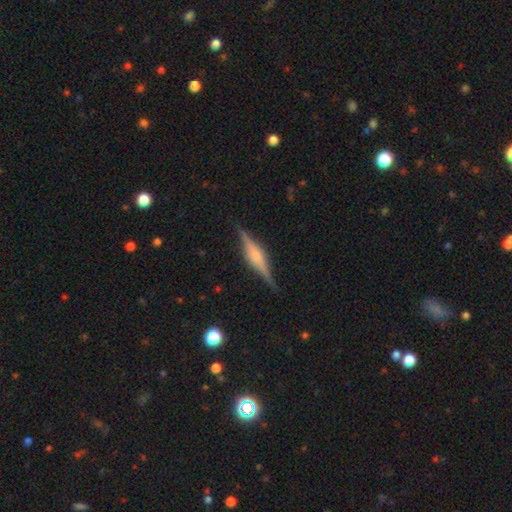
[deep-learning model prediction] Smooth or featured? Predicted: featured or disk (p=0.76). Edge-on disk? Predicted: yes (p=0.98). Edge-on bulge? Predicted: rounded (p=0.66). Merging? Predicted: none (p=0.88).